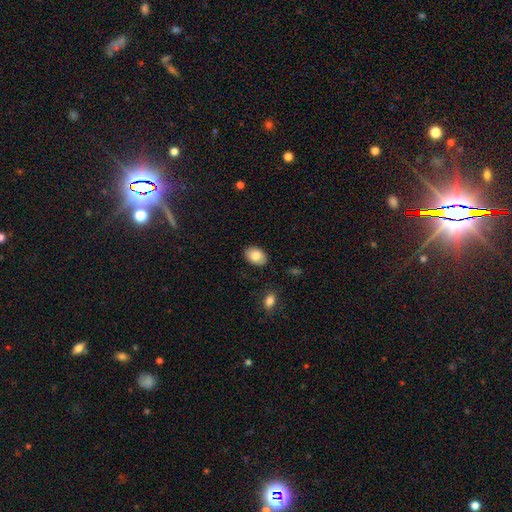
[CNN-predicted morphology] smooth_or_featured: smooth (p=0.85) [alt: featured or disk p=0.09]
how_rounded: in between (p=0.84) [alt: round p=0.15]
merging: none (p=0.87) [alt: minor disturbance p=0.09]